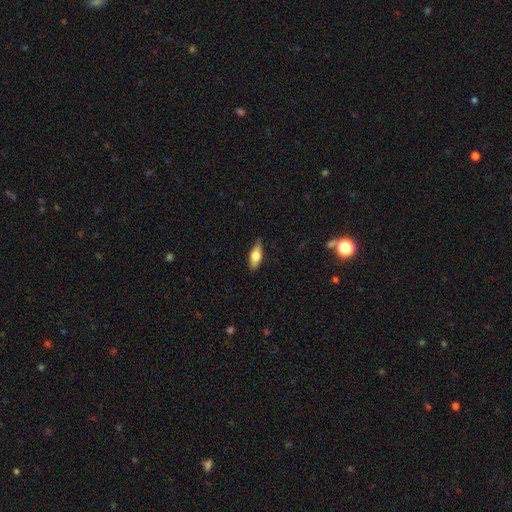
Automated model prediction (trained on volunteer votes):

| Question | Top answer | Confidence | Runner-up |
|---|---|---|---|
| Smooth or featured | smooth | 66% | featured or disk (28%) |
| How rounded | in between | 71% | cigar-shaped (27%) |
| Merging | none | 82% | minor disturbance (14%) |